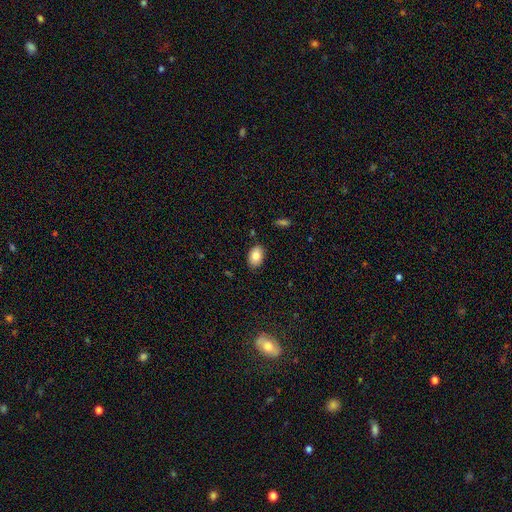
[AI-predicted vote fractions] Smooth or featured?
  - smooth: 84% *
  - featured or disk: 9%
  - star or artifact: 7%
How rounded?
  - in between: 89% *
  - round: 10%
  - cigar-shaped: 1%
Merging?
  - none: 87% *
  - minor disturbance: 10%
  - major disturbance: 2%
  - merger: 1%